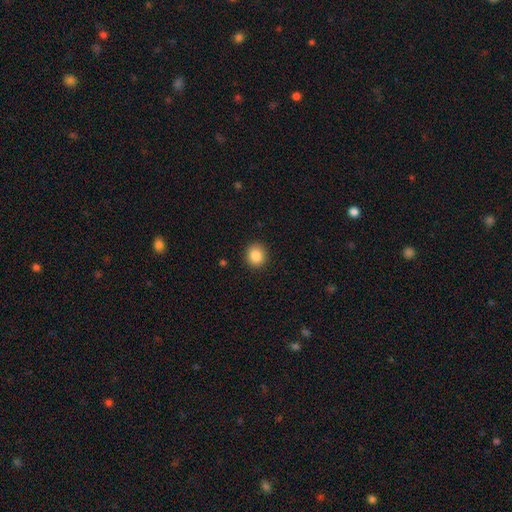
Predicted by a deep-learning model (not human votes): This appears to be a smooth galaxy with no disk features (87%) that is round (84%). Merging: none (91%).